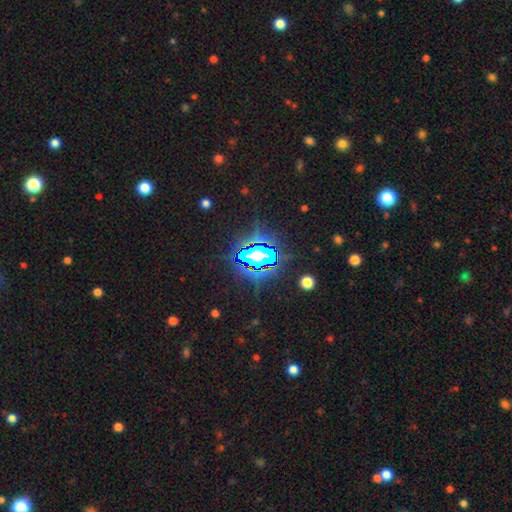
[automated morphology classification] star or artifact 71%, smooth 17%, featured or disk 12%.